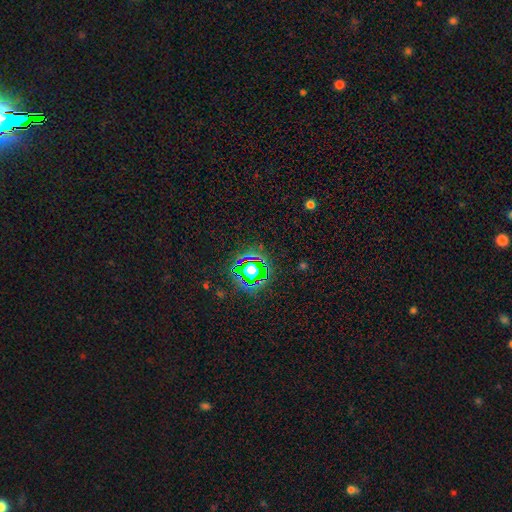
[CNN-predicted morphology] This is clearly a star or artifact rather than a galaxy (81%).